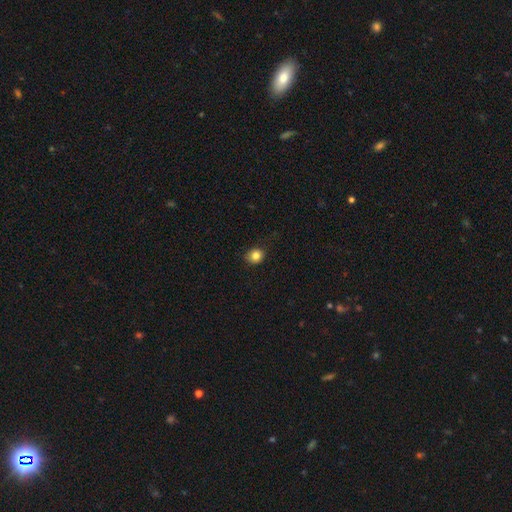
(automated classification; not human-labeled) smooth_or_featured: smooth (p=0.82) [alt: star or artifact p=0.12]
how_rounded: round (p=0.73) [alt: in between p=0.26]
merging: none (p=0.83) [alt: minor disturbance p=0.14]